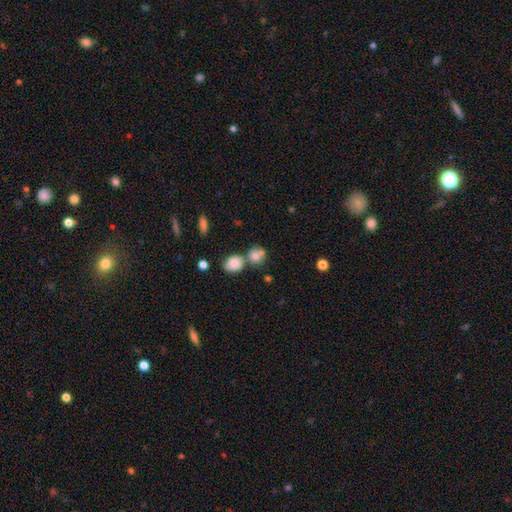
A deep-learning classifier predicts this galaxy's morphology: Smooth or featured?
  - smooth: 78% *
  - featured or disk: 11%
  - star or artifact: 10%
How rounded?
  - round: 71% *
  - in between: 27%
  - cigar-shaped: 1%
Merging?
  - merger: 42% * (tied)
  - none: 42% * (tied)
  - minor disturbance: 12%
  - major disturbance: 5%